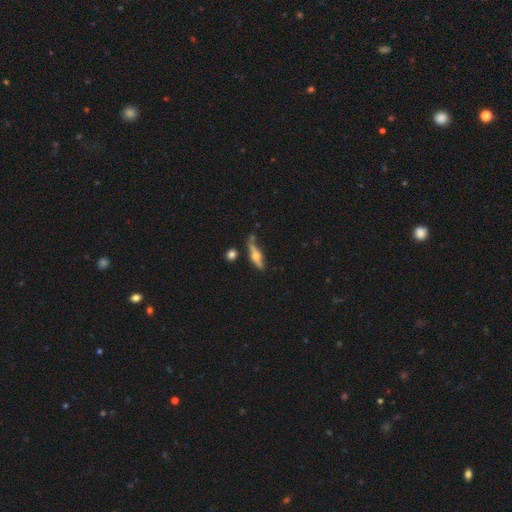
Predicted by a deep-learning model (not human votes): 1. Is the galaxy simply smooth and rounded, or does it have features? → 57% featured or disk, 36% smooth, 7% star or artifact.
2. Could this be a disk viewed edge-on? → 91% yes, 9% no.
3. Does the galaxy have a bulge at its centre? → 91% rounded, 6% boxy, 3% none.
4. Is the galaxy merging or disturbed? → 67% none, 20% minor disturbance, 8% merger, 6% major disturbance.